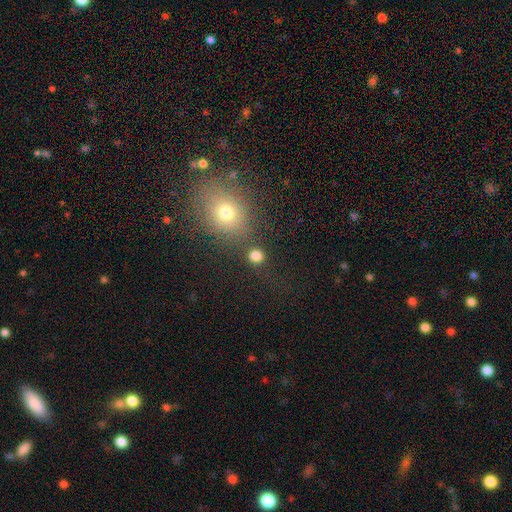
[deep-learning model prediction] A smooth galaxy with no disk features (81%) that is round (86%).

Vote fractions:
- Smooth or featured? smooth: 81% / star or artifact: 14% / featured or disk: 5%
- How rounded? round: 86% / in between: 13% / cigar-shaped: 1%
- Merging? none: 81% / merger: 8% / minor disturbance: 7% / major disturbance: 4%